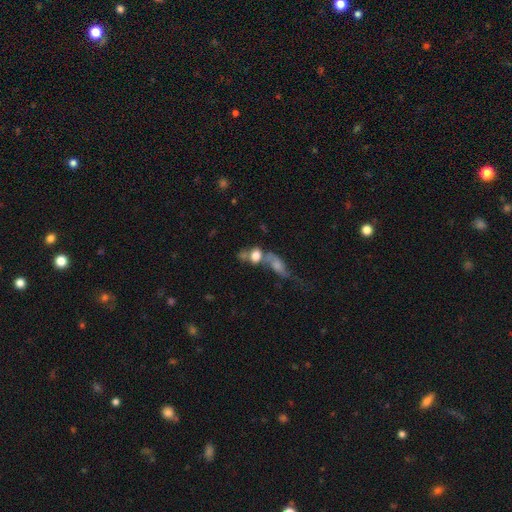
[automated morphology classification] Smooth or featured?
  - smooth: 61% *
  - featured or disk: 27%
  - star or artifact: 12%
How rounded?
  - in between: 64% *
  - round: 29%
  - cigar-shaped: 6%
Merging?
  - merger: 59% *
  - none: 20%
  - major disturbance: 11%
  - minor disturbance: 9%